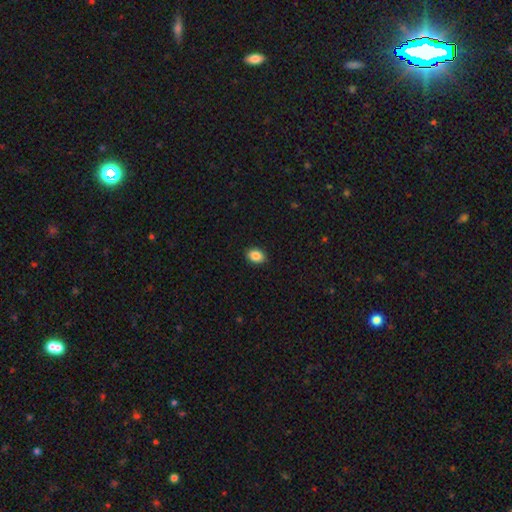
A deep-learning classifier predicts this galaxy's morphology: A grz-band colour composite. It shows a smooth galaxy with no disk features (87%) that is in between round and cigar-shaped (74%). Merging: none (90%).